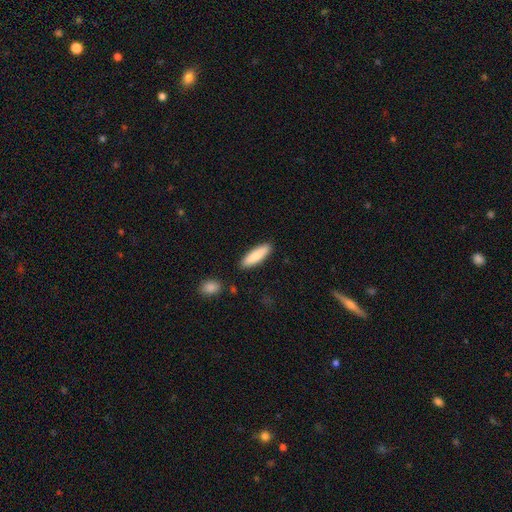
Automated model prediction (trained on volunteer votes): This is clearly a smooth galaxy (84%). How rounded: possibly cigar-shaped (60%). Merging: clearly none (88%).